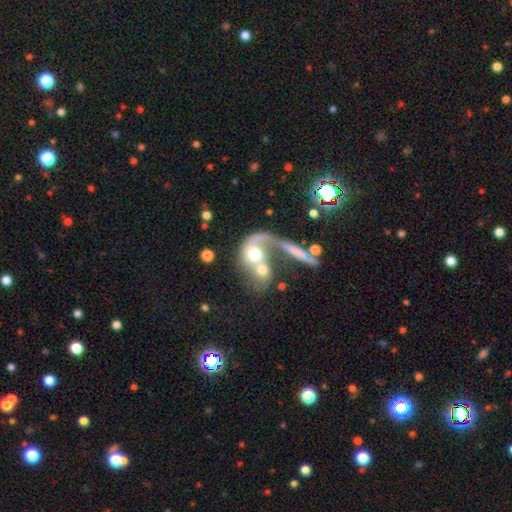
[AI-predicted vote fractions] This appears to be a featured or disk galaxy (51%). Merging: merger (69%).